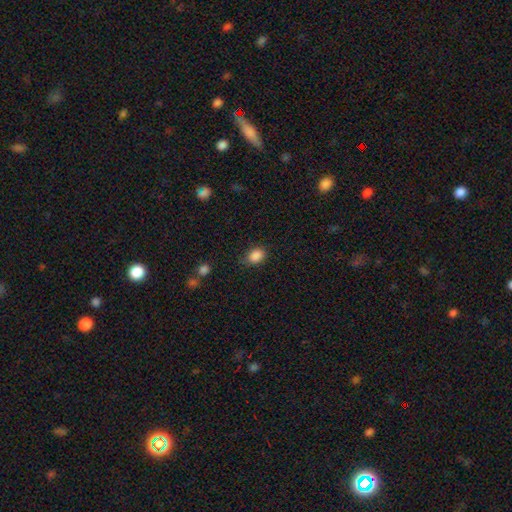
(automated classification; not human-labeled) Overall: smooth (87%). How rounded: in between (68%; round 30%). Merging: none (73%).